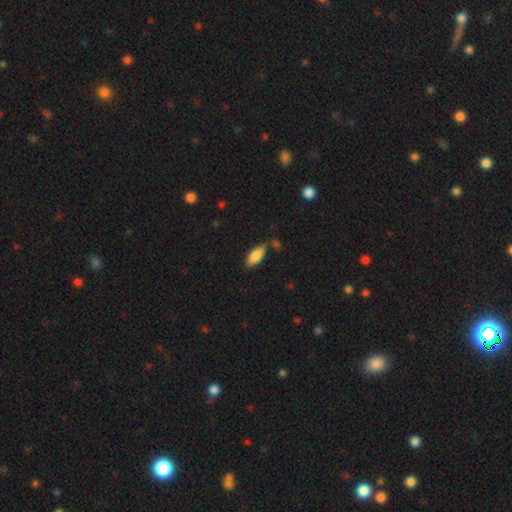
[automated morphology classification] Smooth or featured? smooth (82%)
How rounded? in between (81%)
Merging? none (73%)